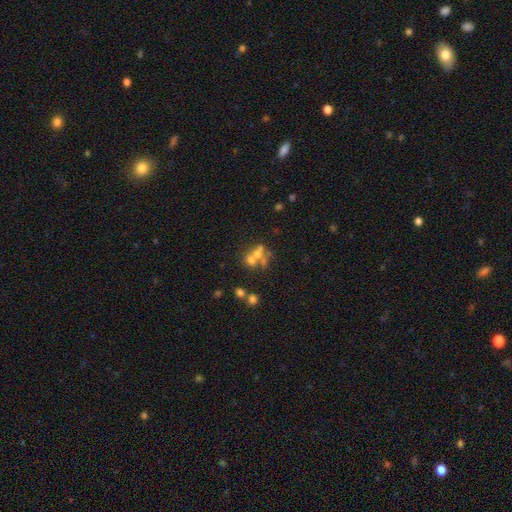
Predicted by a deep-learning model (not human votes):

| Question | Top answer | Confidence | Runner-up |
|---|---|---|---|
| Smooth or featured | smooth | 48% | featured or disk (31%) |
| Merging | merger | 55% | none (30%) |